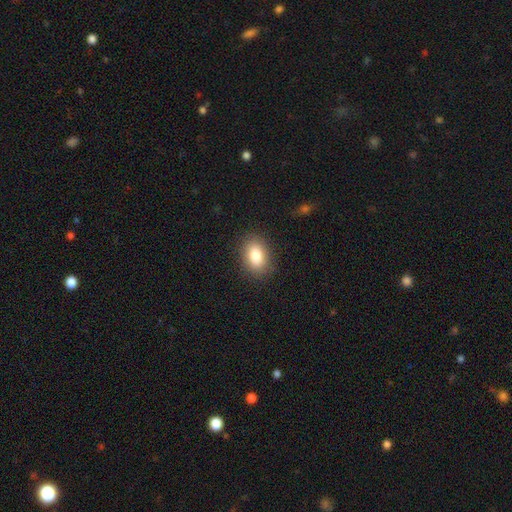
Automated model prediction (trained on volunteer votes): Smooth or featured: smooth — 84% (star or artifact — 8%)
How rounded: in between — 82% (round — 17%)
Merging: none — 87% (minor disturbance — 9%)